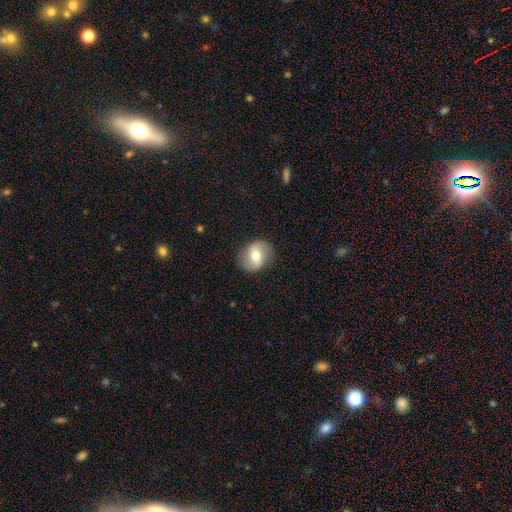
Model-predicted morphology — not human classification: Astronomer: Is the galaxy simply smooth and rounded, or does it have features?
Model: featured or disk — 50% (runner-up: smooth, 43%).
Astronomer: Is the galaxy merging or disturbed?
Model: none — 83%.